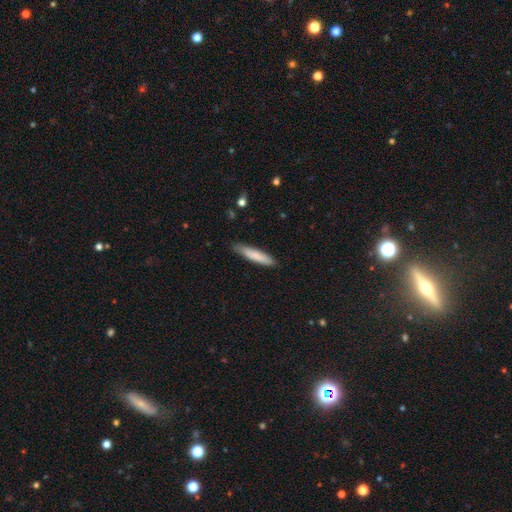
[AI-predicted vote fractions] Q: Smooth or featured?
A: smooth (80%); runner-up: featured or disk (15%)
Q: How rounded?
A: cigar-shaped (87%); runner-up: in between (12%)
Q: Merging?
A: none (83%); runner-up: minor disturbance (14%)